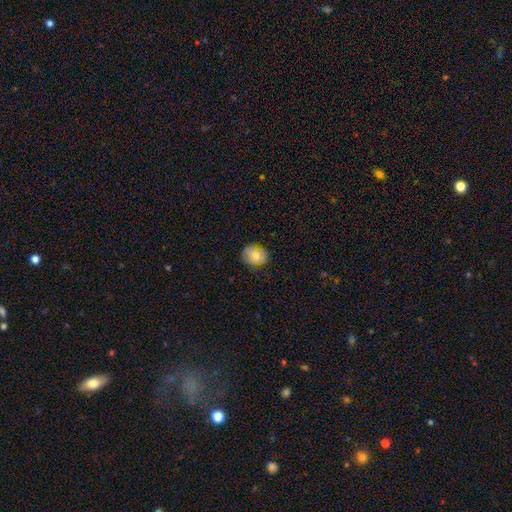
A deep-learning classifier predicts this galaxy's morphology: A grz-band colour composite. It shows a smooth galaxy with no disk features (73%) that is round (58%). Merging: none (76%).